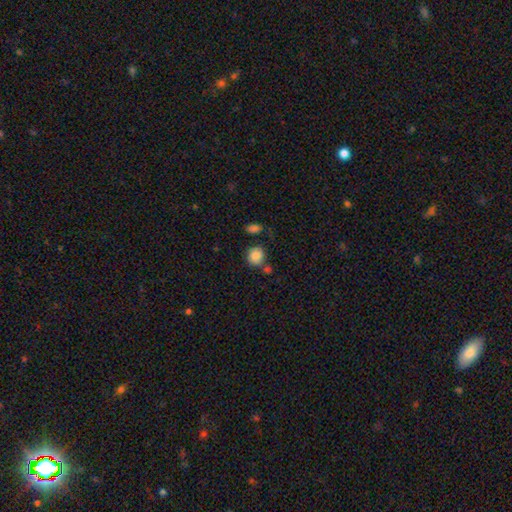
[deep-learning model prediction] This is clearly a smooth galaxy (86%). How rounded: likely round (78%). Merging: likely none (65%).